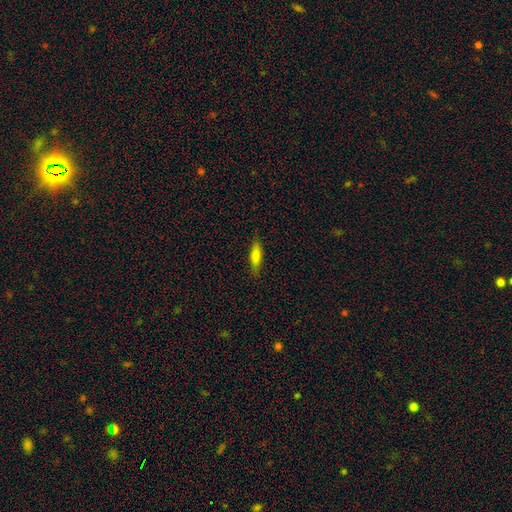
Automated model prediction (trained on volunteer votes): smooth-or-featured: smooth: 76% | featured or disk: 17% | star or artifact: 7%
  how-rounded: cigar-shaped: 59% | in between: 40% | round: 2%
  merging: none: 85% | minor disturbance: 11% | major disturbance: 2% | merger: 1%